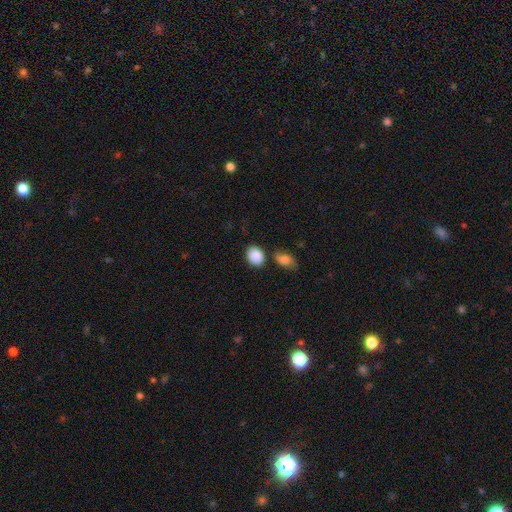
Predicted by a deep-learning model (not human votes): Morphology: type=smooth (88%); roundness=in between (65%); merging=none (72%).